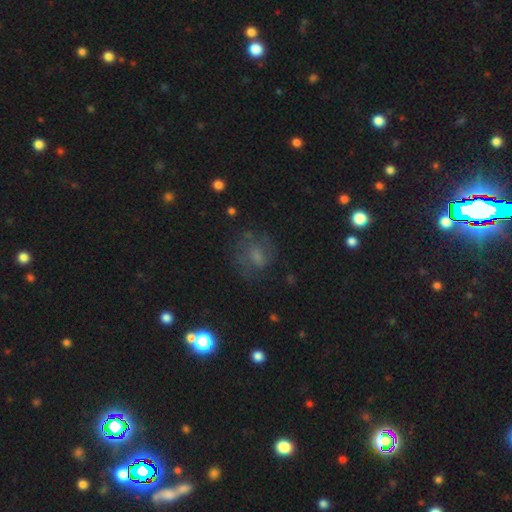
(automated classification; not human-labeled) This is marginally a smooth galaxy (42%). Merging: likely none (62%).